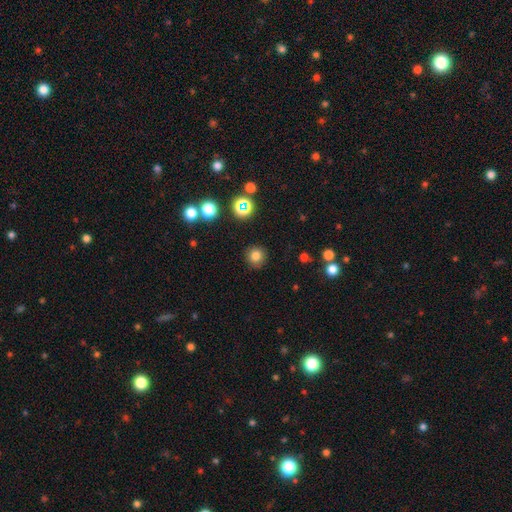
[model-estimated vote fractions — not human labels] The model was most divided on "smooth or featured": smooth: 79%, star or artifact: 15%, featured or disk: 6%. More confident: how rounded — round (94%); merging — none (89%).